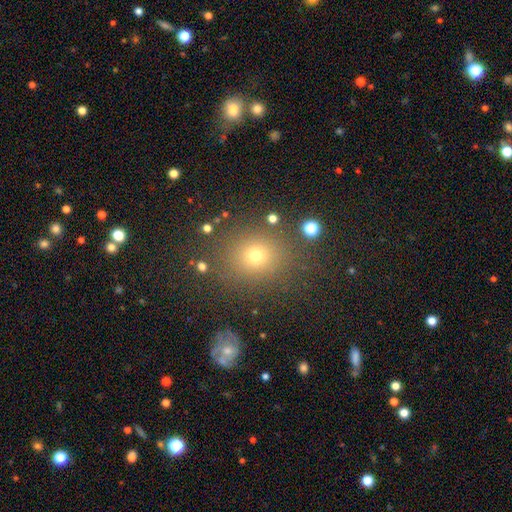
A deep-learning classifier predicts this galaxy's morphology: smooth-or-featured: smooth: 71% | star or artifact: 21% | featured or disk: 9%
  how-rounded: round: 74% | in between: 25% | cigar-shaped: 1%
  merging: none: 82% | minor disturbance: 10% | major disturbance: 5% | merger: 4%